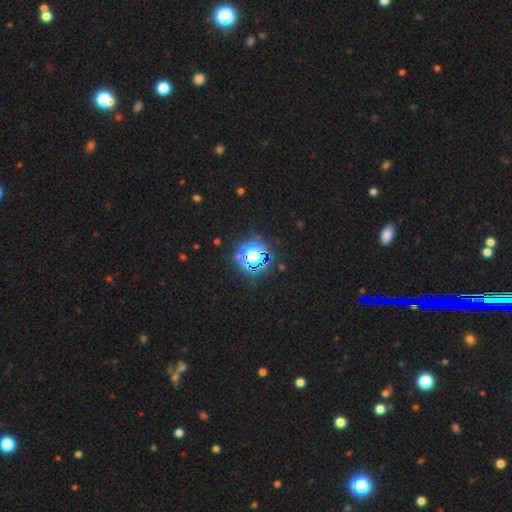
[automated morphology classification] Smooth or featured? star or artifact (81%)